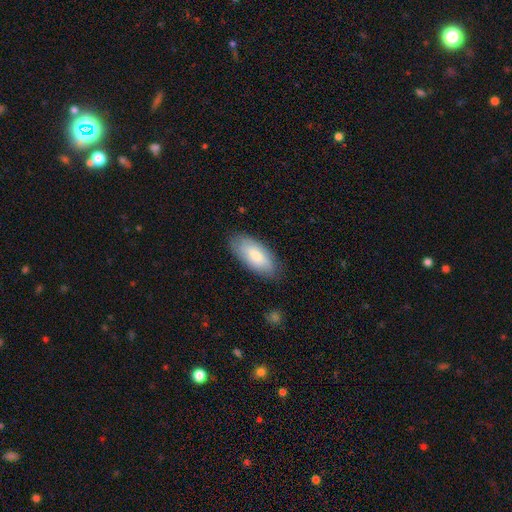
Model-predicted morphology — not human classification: The model was most divided on "smooth or featured": smooth: 76%, featured or disk: 18%, star or artifact: 6%. More confident: how rounded — in between (88%); merging — none (81%).